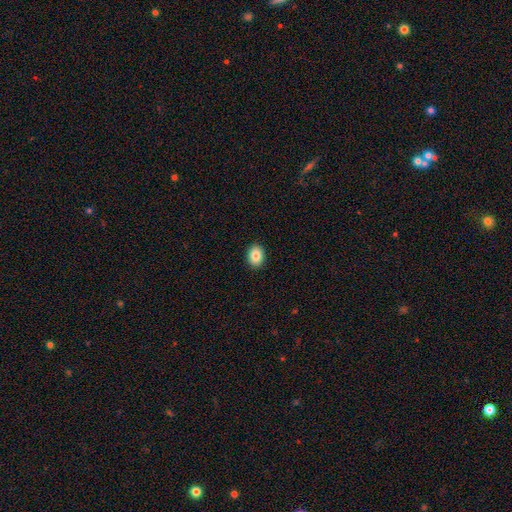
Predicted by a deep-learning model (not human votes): The model was most divided on "how rounded": in between: 67%, round: 32%, cigar-shaped: 1%. More confident: merging — none (91%); smooth or featured — smooth (86%).